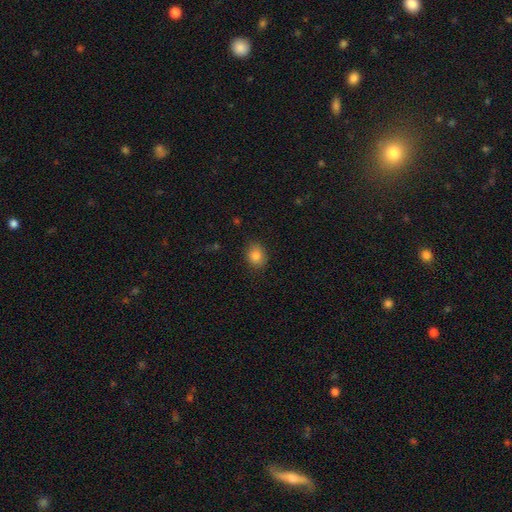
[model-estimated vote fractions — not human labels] smooth 84%, star or artifact 10%, featured or disk 7%. Down the decision tree: how rounded — round (58%); merging — none (85%).